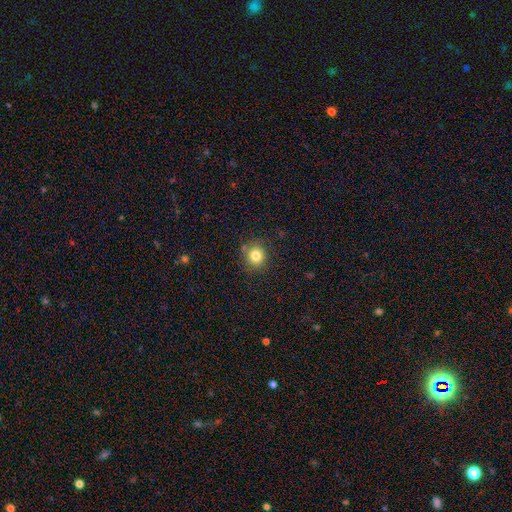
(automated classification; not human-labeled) Overall: smooth (81%). How rounded: round (87%). Merging: none (81%).